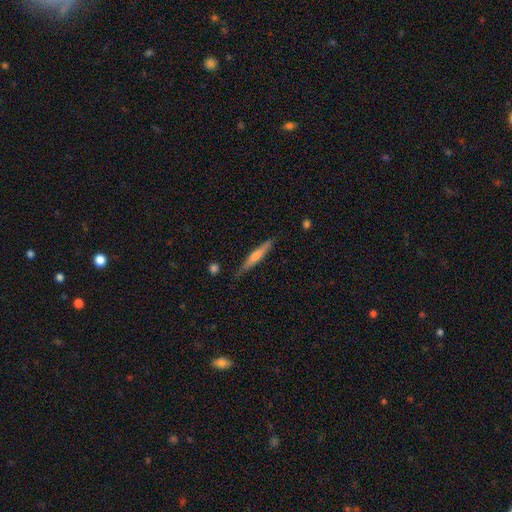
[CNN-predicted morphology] A featured or disk galaxy (55%) viewed edge-on (96%) with a rounded central bulge (58%).

Vote fractions:
- Smooth or featured? featured or disk: 55% / smooth: 38% / star or artifact: 6%
- Edge-on disk? yes: 96% / no: 4%
- Edge-on bulge? rounded: 58% / none: 29% / boxy: 13%
- Merging? none: 85% / minor disturbance: 11% / major disturbance: 2% / merger: 2%